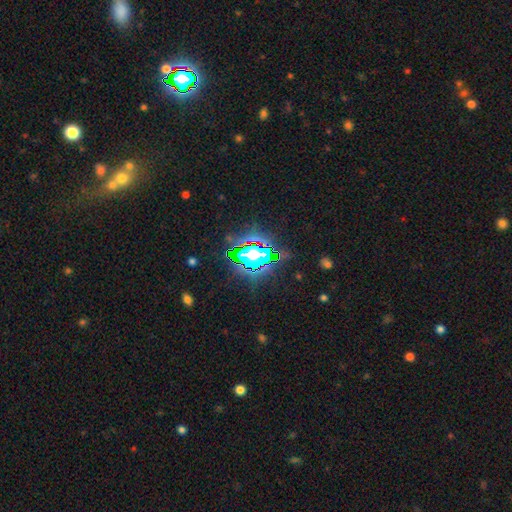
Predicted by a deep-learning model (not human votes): A star or artifact, not a galaxy (77%).

Vote fractions:
- Smooth or featured? star or artifact: 77% / smooth: 13% / featured or disk: 10%